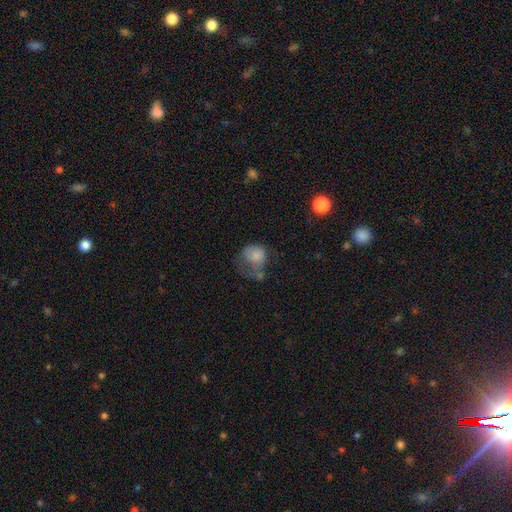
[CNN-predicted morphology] type=smooth (68%); roundness=round (61%); merging=major disturbance (44%).